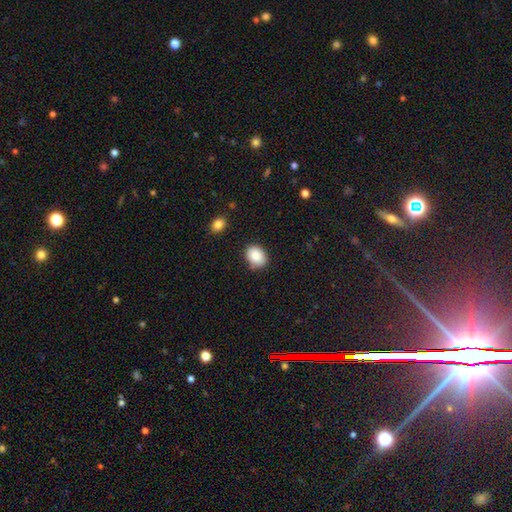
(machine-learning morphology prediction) smooth 87%, star or artifact 7%, featured or disk 5%. Down the decision tree: how rounded — in between (64%); merging — none (82%).